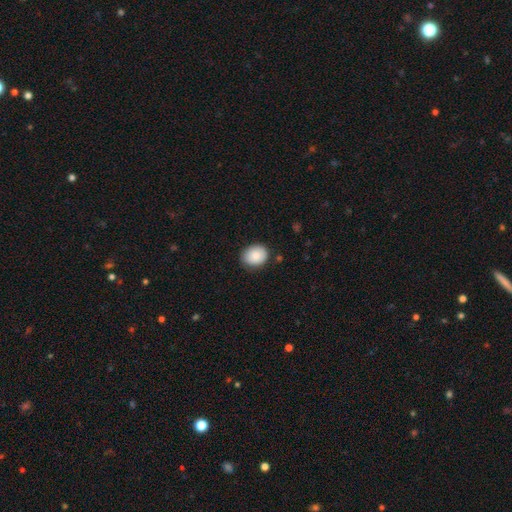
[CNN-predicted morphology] smooth-or-featured: smooth: 85% | star or artifact: 8% | featured or disk: 7%
  how-rounded: round: 59% | in between: 40% | cigar-shaped: 1%
  merging: none: 84% | minor disturbance: 12% | major disturbance: 2% | merger: 1%